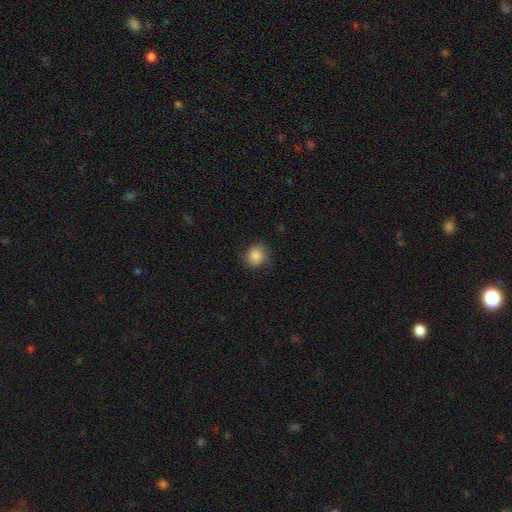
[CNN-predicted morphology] type=smooth (87%); roundness=round (82%); merging=none (82%).